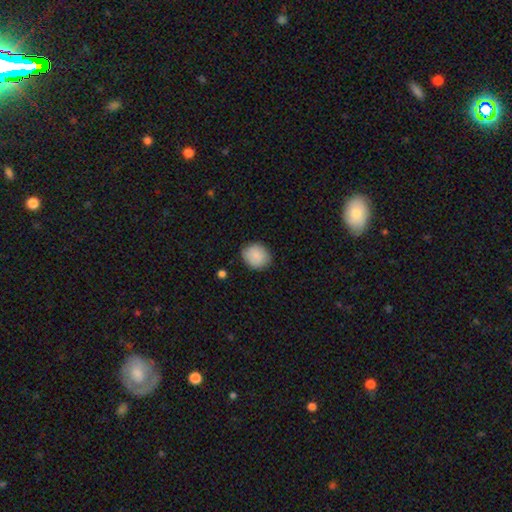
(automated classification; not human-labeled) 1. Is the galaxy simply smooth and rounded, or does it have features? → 88% smooth, 7% star or artifact, 5% featured or disk.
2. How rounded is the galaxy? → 73% round, 26% in between, 1% cigar-shaped.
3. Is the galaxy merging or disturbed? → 84% none, 13% minor disturbance, 3% major disturbance, 1% merger.